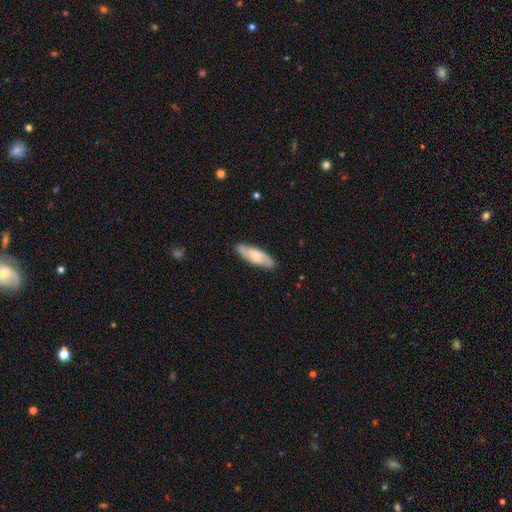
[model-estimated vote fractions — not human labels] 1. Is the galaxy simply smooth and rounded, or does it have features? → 51% featured or disk, 43% smooth, 6% star or artifact.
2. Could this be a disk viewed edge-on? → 76% no, 24% yes.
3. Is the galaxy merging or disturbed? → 85% none, 12% minor disturbance, 2% major disturbance, 1% merger.